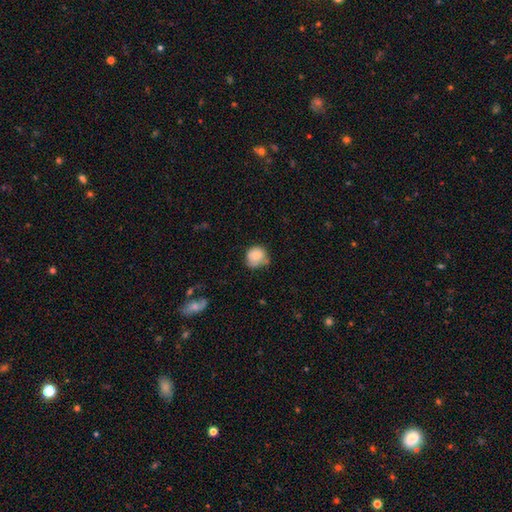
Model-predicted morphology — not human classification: A smooth galaxy with no disk features (80%) that is round (82%). Merging: none (54%).